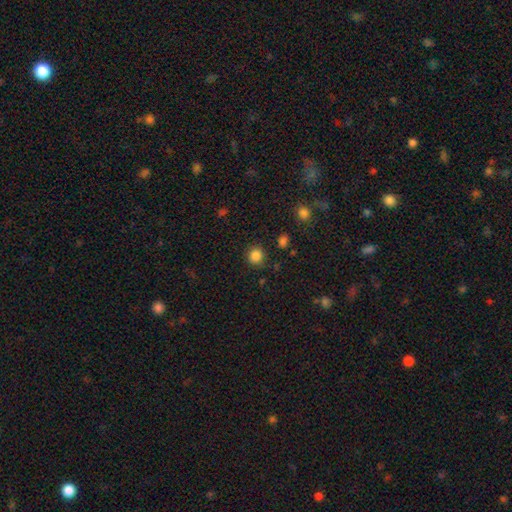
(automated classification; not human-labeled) smooth 85%, star or artifact 12%, featured or disk 4%. Down the decision tree: how rounded — round (90%); merging — none (87%).